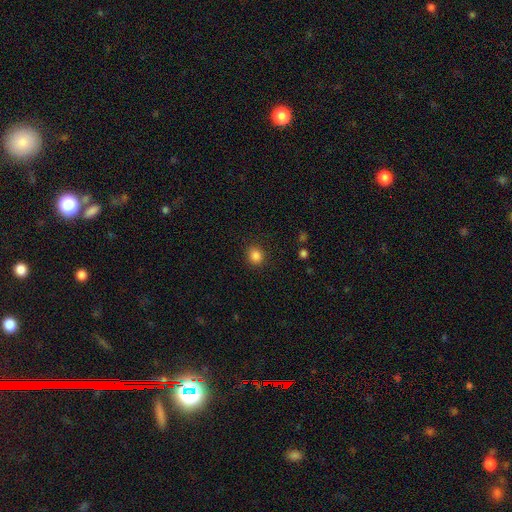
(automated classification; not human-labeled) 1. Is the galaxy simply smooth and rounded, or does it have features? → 85% smooth, 11% star or artifact, 4% featured or disk.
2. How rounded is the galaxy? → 82% round, 17% in between, 1% cigar-shaped.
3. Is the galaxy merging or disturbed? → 89% none, 7% minor disturbance, 3% major disturbance, 1% merger.